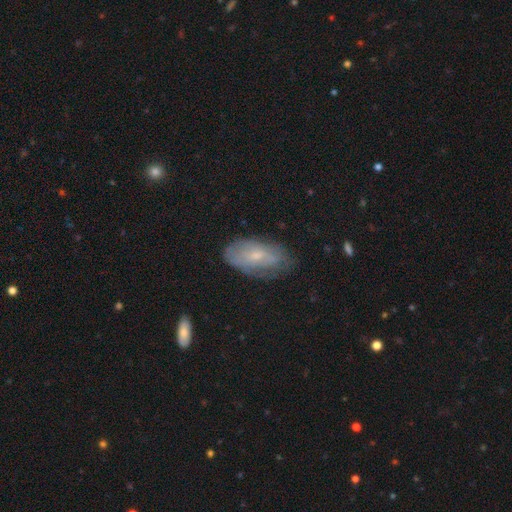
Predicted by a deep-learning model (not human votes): This is possibly a featured or disk galaxy (46%, tied with smooth). Merging: likely none (68%).